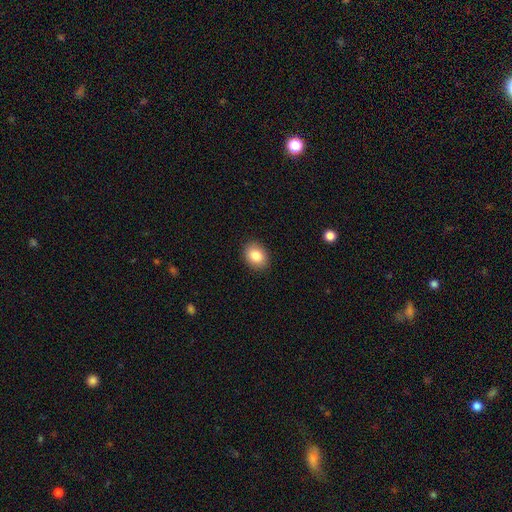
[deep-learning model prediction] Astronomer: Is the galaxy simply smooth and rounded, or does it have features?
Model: smooth — 84%.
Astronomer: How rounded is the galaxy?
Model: in between — 61% (runner-up: round, 38%).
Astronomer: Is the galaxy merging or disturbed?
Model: none — 90%.